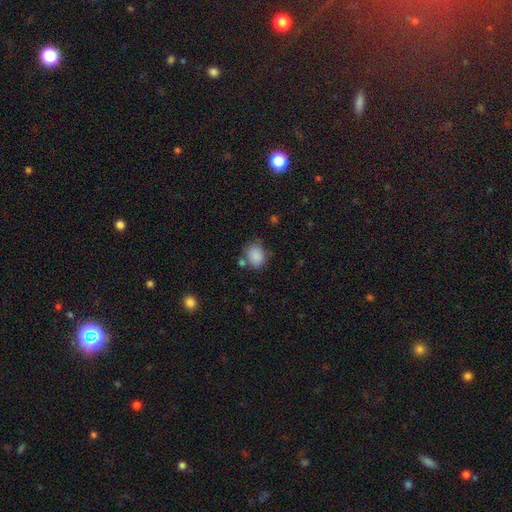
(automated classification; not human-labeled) A smooth galaxy with no disk features (86%) that is round (50%, tied with in between). Merging: none (65%).